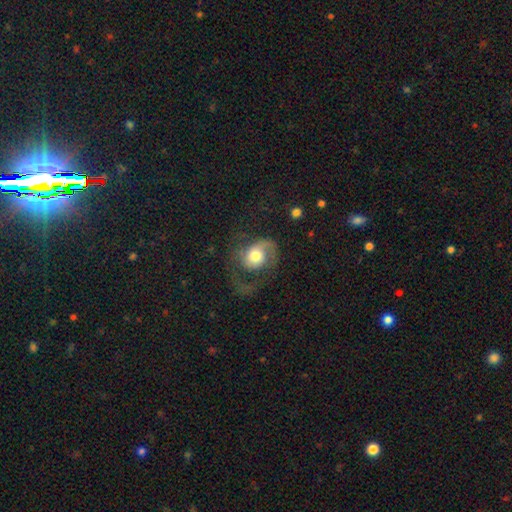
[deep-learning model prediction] Morphology: type=featured or disk (64%); edge-on=no (97%); bar=no (74%); spiral arms=yes (86%); winding=medium (40%, tied with loose); arm count=1 (50%); bulge=moderate (58%); merging=major disturbance (42%).